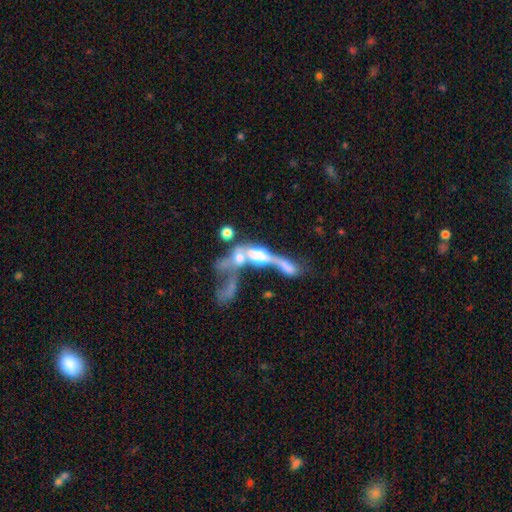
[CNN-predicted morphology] A featured or disk galaxy (59%). Merging: merger (62%).